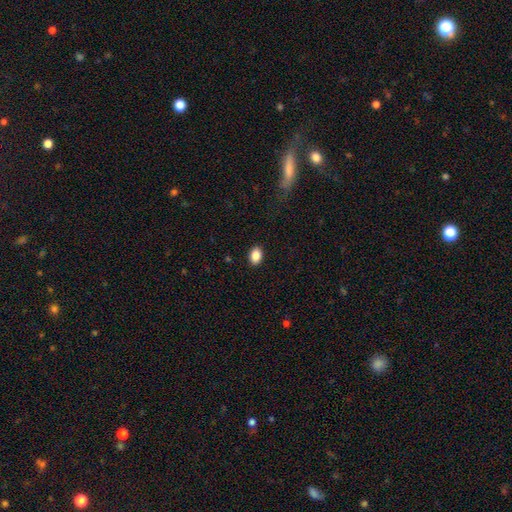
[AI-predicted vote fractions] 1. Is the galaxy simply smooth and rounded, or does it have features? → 88% smooth, 8% star or artifact, 4% featured or disk.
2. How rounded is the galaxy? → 81% in between, 18% round, 1% cigar-shaped.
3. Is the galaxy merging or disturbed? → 90% none, 7% minor disturbance, 2% major disturbance, 1% merger.